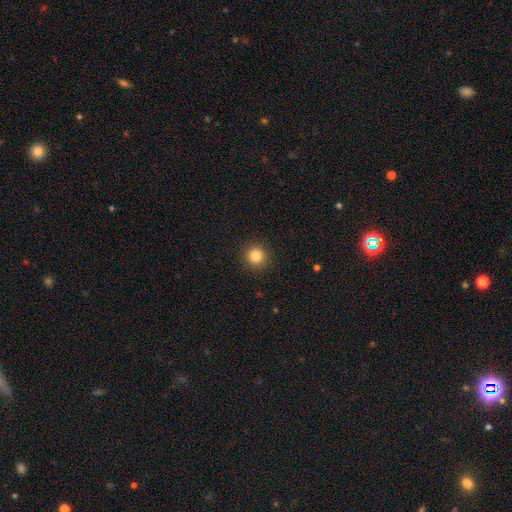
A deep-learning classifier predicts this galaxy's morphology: smooth_or_featured: smooth (p=0.83) [alt: star or artifact p=0.12]
how_rounded: round (p=0.94) [alt: in between p=0.05]
merging: none (p=0.92) [alt: minor disturbance p=0.05]